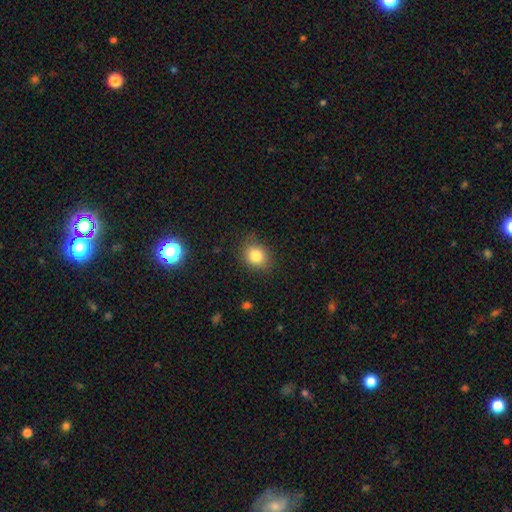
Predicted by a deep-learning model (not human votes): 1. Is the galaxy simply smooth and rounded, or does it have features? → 82% smooth, 11% star or artifact, 7% featured or disk.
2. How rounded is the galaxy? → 66% round, 33% in between, 1% cigar-shaped.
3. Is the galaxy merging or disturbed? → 81% none, 14% minor disturbance, 3% major disturbance, 1% merger.